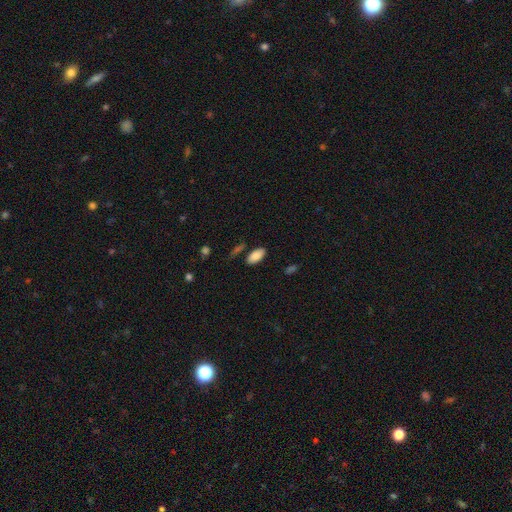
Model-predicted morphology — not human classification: This appears to be a smooth galaxy with no disk features (87%) that is in between round and cigar-shaped (94%). Merging: none (82%).